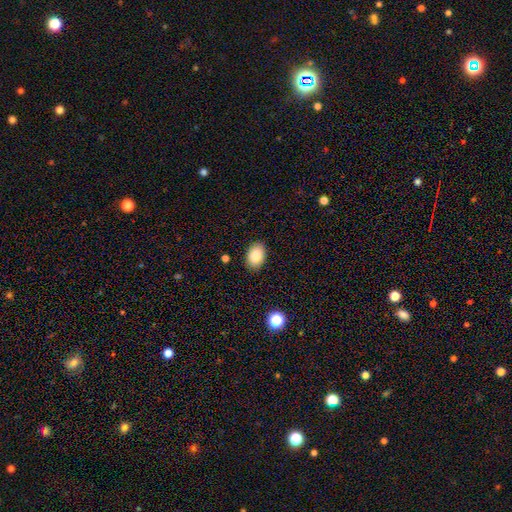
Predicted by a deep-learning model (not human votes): Morphology: type=smooth (85%); roundness=in between (86%); merging=none (88%).